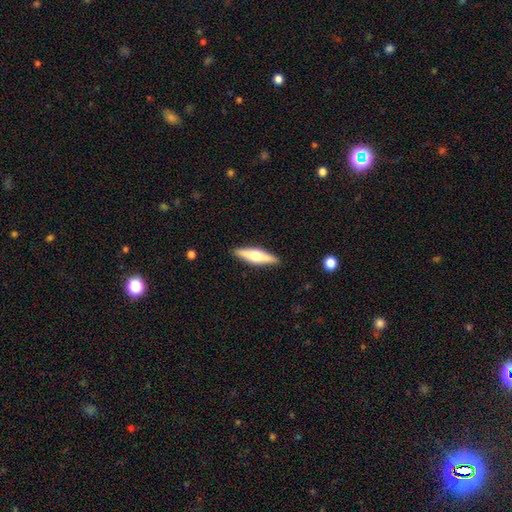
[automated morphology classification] smooth-or-featured: featured or disk: 54% | smooth: 40% | star or artifact: 5%
  disk-edge-on: yes: 94% | no: 6%
    edge-on-bulge: rounded: 91% | boxy: 6% | none: 3%
  merging: none: 90% | minor disturbance: 8% | major disturbance: 2% | merger: 1%